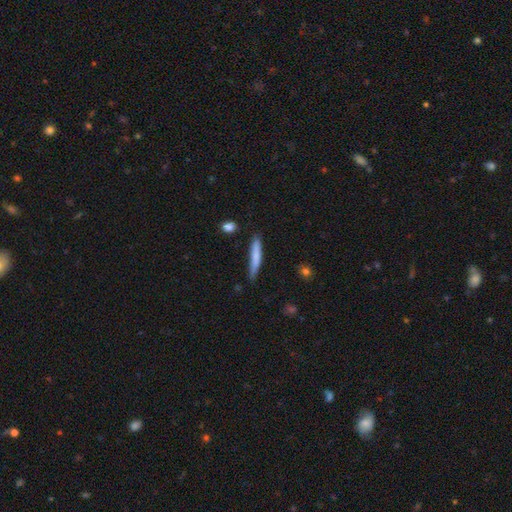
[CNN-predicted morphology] Overall: smooth (75%). How rounded: cigar-shaped (92%). Merging: none (71%).